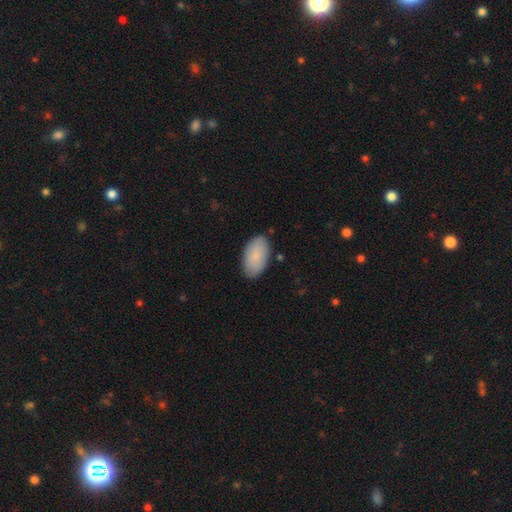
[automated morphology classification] smooth 86%, featured or disk 8%, star or artifact 6%. Down the decision tree: how rounded — in between (96%); merging — none (84%).